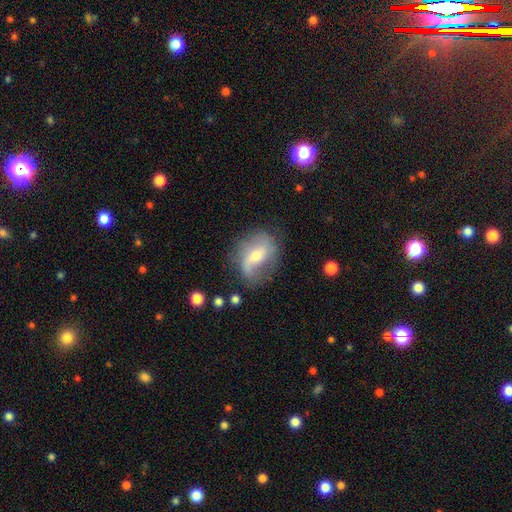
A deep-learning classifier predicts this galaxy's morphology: Overall: featured or disk (67%). Edge-on disk: no (94%). Bar: weak (43%; no 35%). Spiral arms: yes (83%). Spiral arm count: 2 (71%). Spiral winding: loose (64%; medium 26%). Bulge size: moderate (52%; small 42%). Merging: none (62%; minor disturbance 23%).